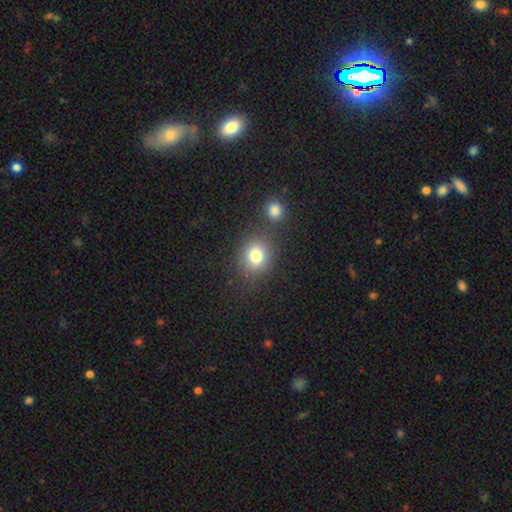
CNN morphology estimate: Smooth or featured? Predicted: smooth (p=0.78). How rounded? Predicted: round (p=0.69). Merging? Predicted: none (p=0.71).